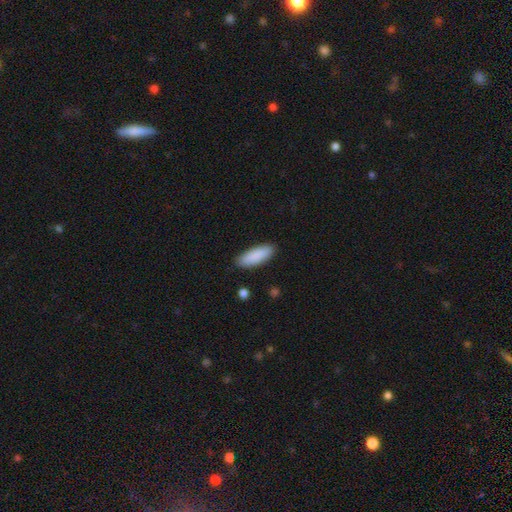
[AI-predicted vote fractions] A smooth galaxy with no disk features (89%) that is in between round and cigar-shaped (65%). Merging: none (88%).